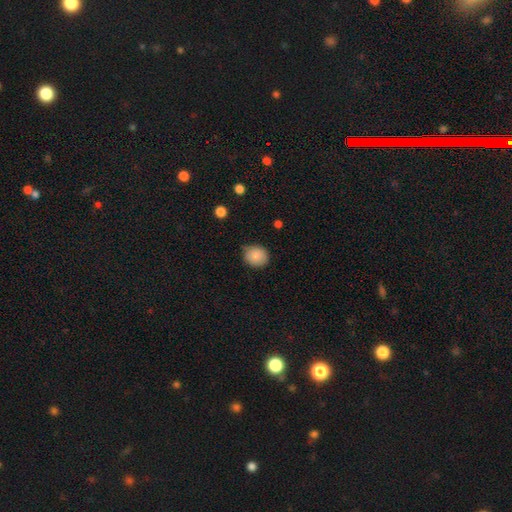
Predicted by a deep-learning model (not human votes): Smooth or featured: smooth — 87% (star or artifact — 8%)
How rounded: round — 77% (in between — 22%)
Merging: none — 74% (minor disturbance — 21%)